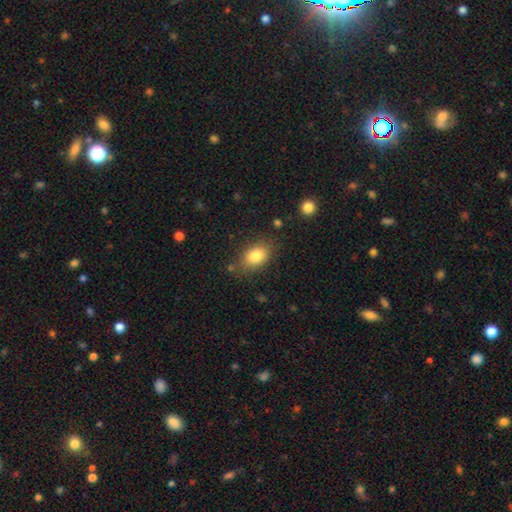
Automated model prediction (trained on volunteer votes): Smooth or featured?
  - smooth: 84% *
  - star or artifact: 8%
  - featured or disk: 8%
How rounded?
  - in between: 81% *
  - round: 17%
  - cigar-shaped: 2%
Merging?
  - none: 76% *
  - minor disturbance: 16%
  - major disturbance: 5%
  - merger: 3%